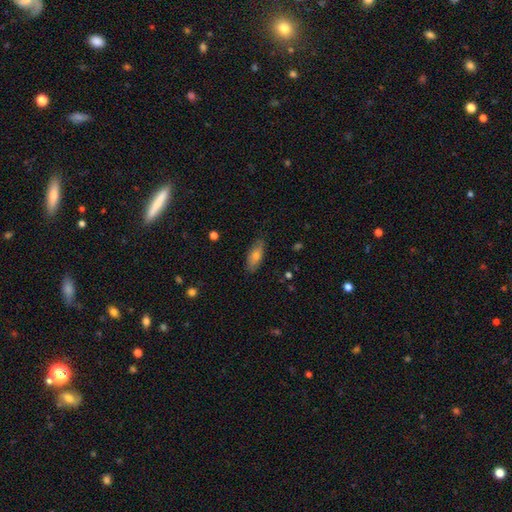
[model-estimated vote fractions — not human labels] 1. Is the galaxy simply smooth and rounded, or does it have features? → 67% smooth, 26% featured or disk, 8% star or artifact.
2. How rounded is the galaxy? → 75% in between, 22% cigar-shaped, 3% round.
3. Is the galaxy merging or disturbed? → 83% none, 13% minor disturbance, 2% major disturbance, 1% merger.